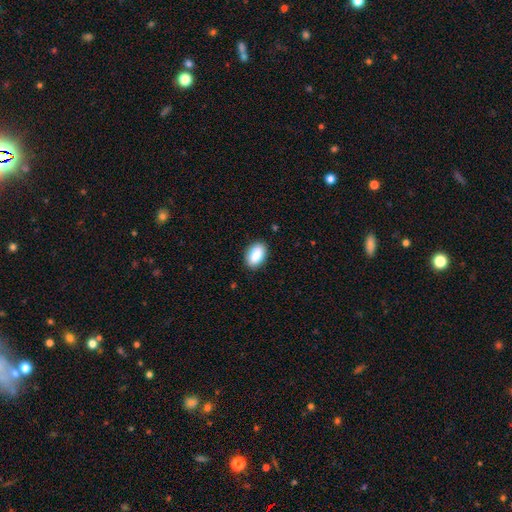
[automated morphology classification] smooth-or-featured: smooth: 87% | star or artifact: 7% | featured or disk: 6%
  how-rounded: in between: 91% | round: 8% | cigar-shaped: 2%
  merging: none: 87% | minor disturbance: 10% | major disturbance: 2% | merger: 1%